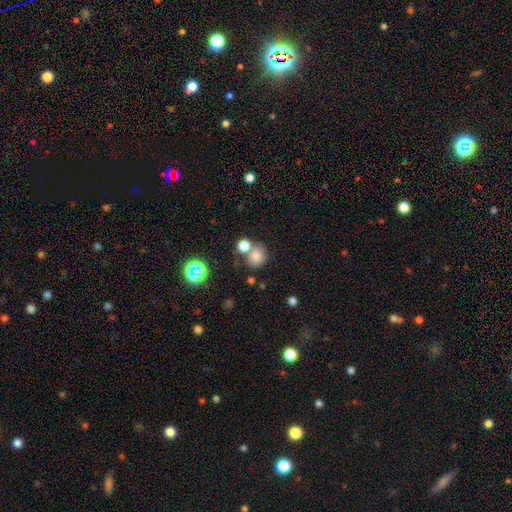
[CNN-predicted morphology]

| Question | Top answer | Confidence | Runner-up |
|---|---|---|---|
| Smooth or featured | smooth | 77% | star or artifact (14%) |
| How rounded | round | 84% | in between (15%) |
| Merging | none | 54% | merger (31%) |